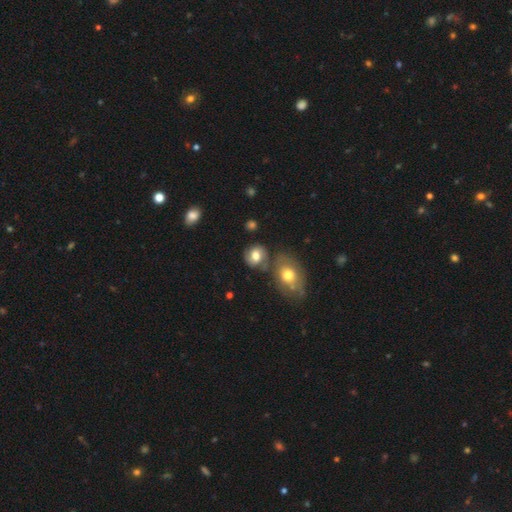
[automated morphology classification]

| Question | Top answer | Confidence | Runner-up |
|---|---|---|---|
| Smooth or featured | smooth | 68% | featured or disk (22%) |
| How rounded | round | 66% | in between (33%) |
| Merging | none | 61% | minor disturbance (16%) |